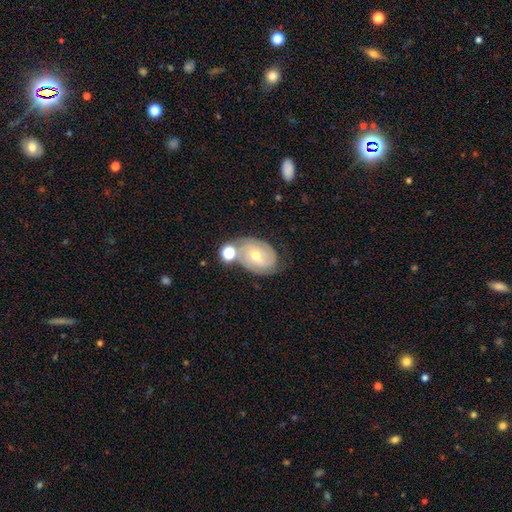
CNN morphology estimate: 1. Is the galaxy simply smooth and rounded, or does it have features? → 67% featured or disk, 25% smooth, 8% star or artifact.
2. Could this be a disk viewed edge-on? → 95% no, 5% yes.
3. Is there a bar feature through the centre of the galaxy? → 55% no, 36% weak, 9% strong.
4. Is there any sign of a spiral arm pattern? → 86% yes, 14% no.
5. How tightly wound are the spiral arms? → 65% tight, 28% medium, 8% loose.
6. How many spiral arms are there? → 44% 2, 32% can't tell, 14% 3, 5% 1, 4% 4, 3% more than 4.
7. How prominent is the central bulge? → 59% moderate, 37% small, 2% large, 1% none, 1% dominant.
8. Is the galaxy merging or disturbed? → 55% none, 19% minor disturbance, 19% merger, 7% major disturbance.